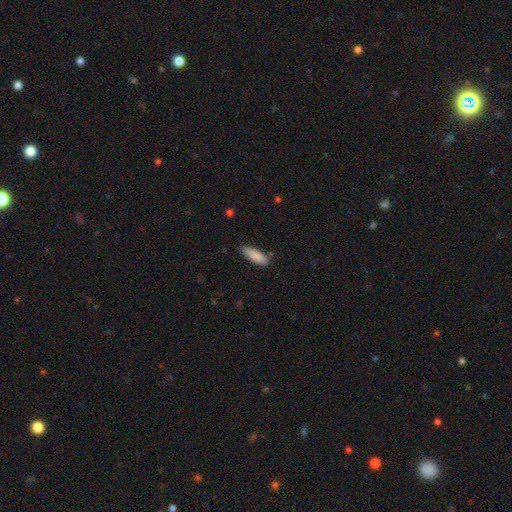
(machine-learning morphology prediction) smooth 88%, featured or disk 6%, star or artifact 6%. Down the decision tree: how rounded — cigar-shaped (53%); merging — none (81%).